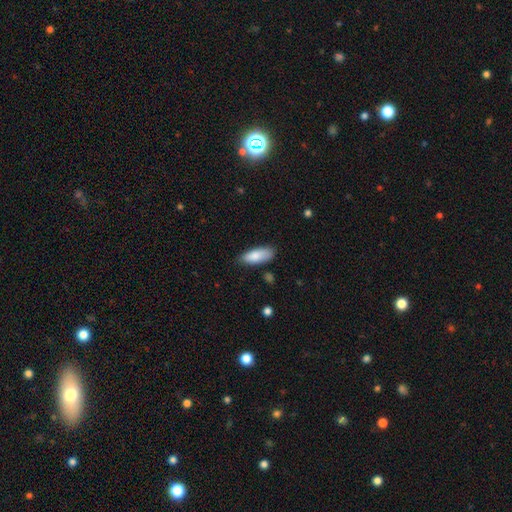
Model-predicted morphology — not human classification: Smooth or featured? smooth (85%)
How rounded? in between (74%)
Merging? none (78%)